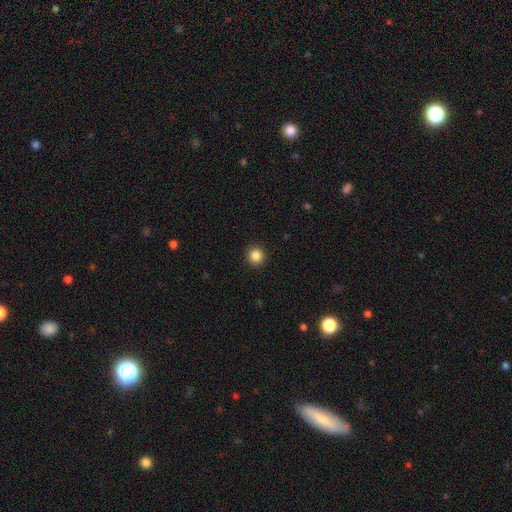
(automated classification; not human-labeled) Q: Smooth or featured?
A: smooth (86%); runner-up: star or artifact (10%)
Q: How rounded?
A: round (94%); runner-up: in between (5%)
Q: Merging?
A: none (93%); runner-up: minor disturbance (4%)